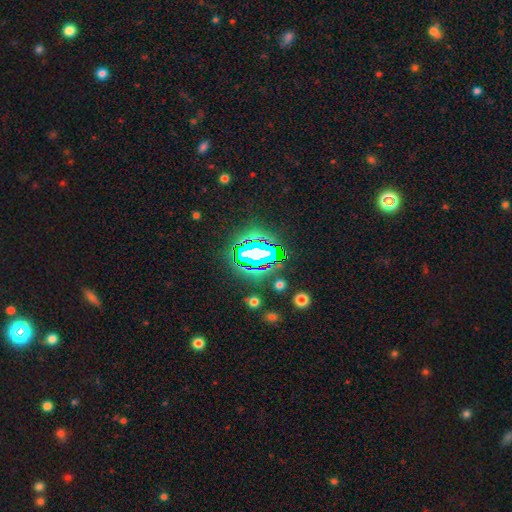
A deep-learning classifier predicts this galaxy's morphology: Overall: star or artifact (79%).